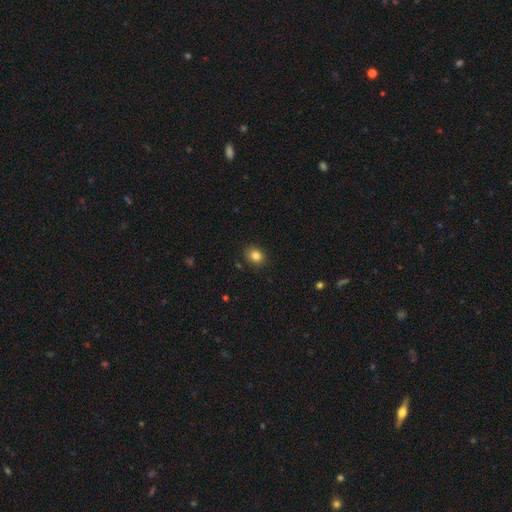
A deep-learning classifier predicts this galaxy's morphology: smooth 84%, star or artifact 11%, featured or disk 6%. Down the decision tree: how rounded — round (57%); merging — none (88%).